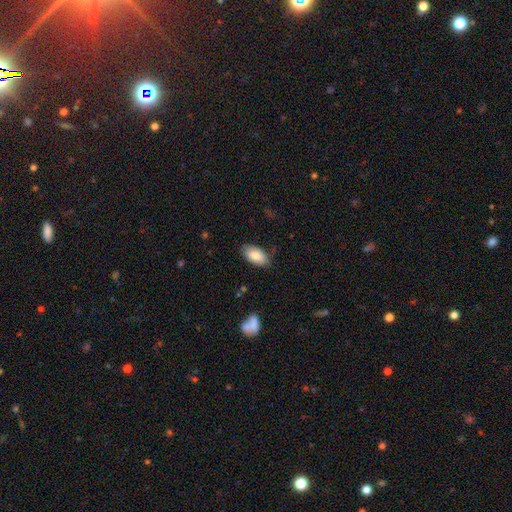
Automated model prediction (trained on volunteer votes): Morphology: type=smooth (83%); roundness=in between (94%); merging=none (80%).